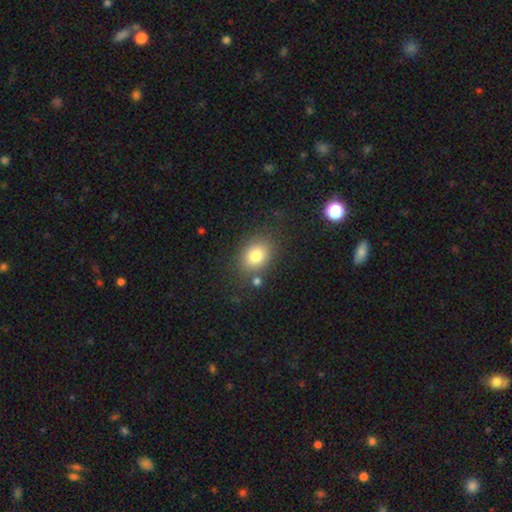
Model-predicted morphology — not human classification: Smooth or featured? Predicted: smooth (p=0.79). How rounded? Predicted: in between (p=0.53). Merging? Predicted: none (p=0.77).